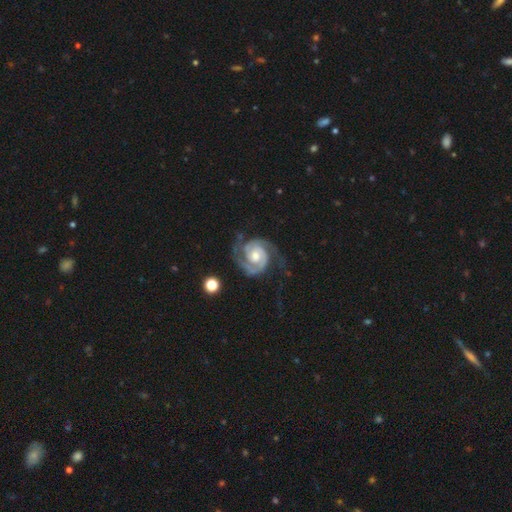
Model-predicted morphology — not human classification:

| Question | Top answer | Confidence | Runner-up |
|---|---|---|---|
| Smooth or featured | featured or disk | 92% | smooth (4%) |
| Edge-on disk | no | 98% | yes (2%) |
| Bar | no | 66% | weak (27%) |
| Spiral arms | yes | 98% | no (2%) |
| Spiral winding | tight | 57% | medium (37%) |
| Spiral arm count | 2 | 90% | 3 (4%) |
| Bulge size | moderate | 64% | small (20%) |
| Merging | none | 70% | minor disturbance (18%) |